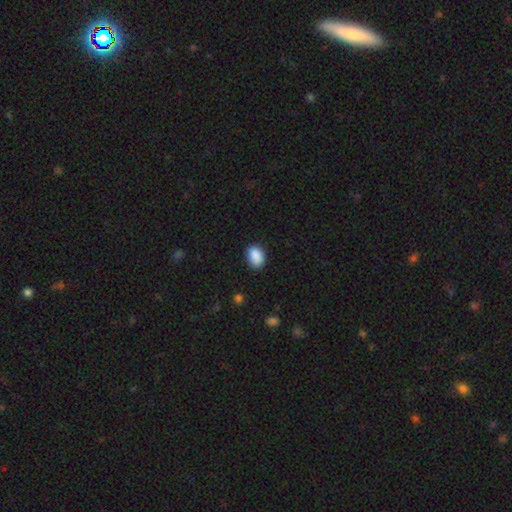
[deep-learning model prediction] This appears to be a smooth galaxy with no disk features (89%) that is in between round and cigar-shaped (82%). Merging: none (84%).